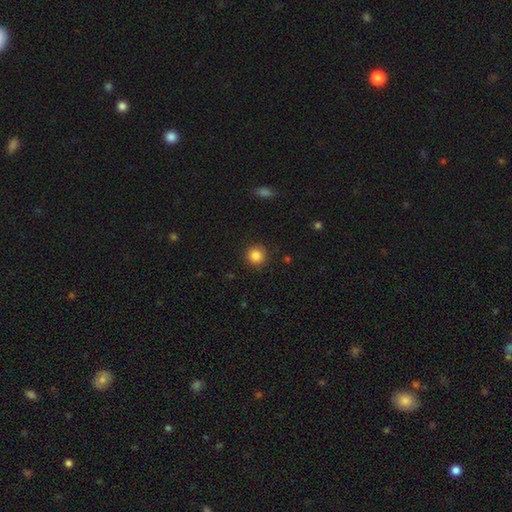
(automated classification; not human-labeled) smooth_or_featured: smooth (p=0.86) [alt: star or artifact p=0.10]
how_rounded: round (p=0.94) [alt: in between p=0.05]
merging: none (p=0.91) [alt: minor disturbance p=0.06]